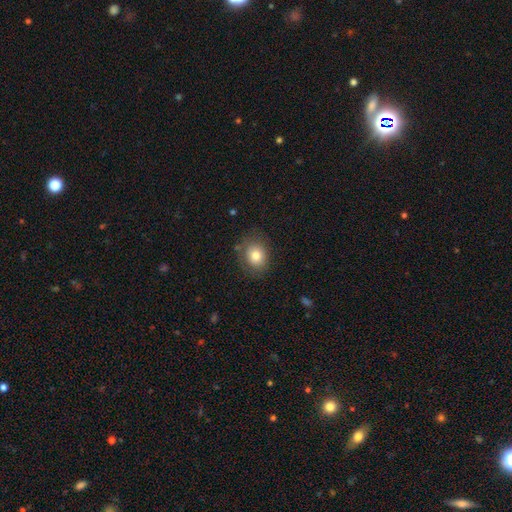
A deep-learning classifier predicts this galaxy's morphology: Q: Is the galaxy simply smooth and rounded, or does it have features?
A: smooth — 81%.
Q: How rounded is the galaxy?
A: round — 53%.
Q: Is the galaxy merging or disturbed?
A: none — 79%.